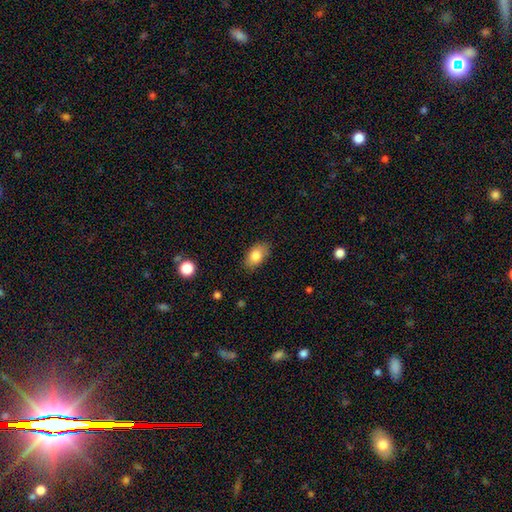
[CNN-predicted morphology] This is clearly a smooth galaxy (82%). How rounded: clearly in between (90%). Merging: clearly none (84%).